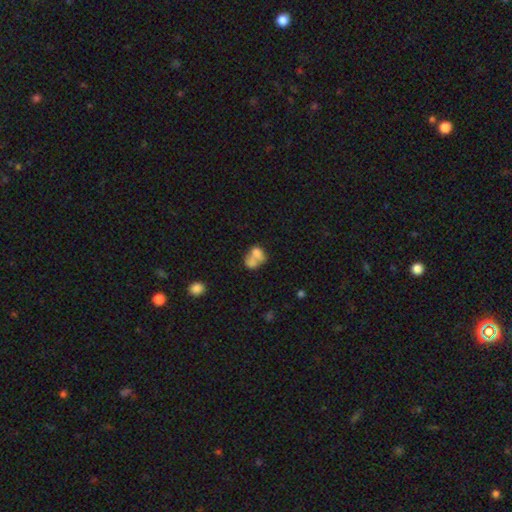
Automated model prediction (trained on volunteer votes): Smooth or featured: smooth — 66% (featured or disk — 24%)
How rounded: in between — 66% (round — 32%)
Merging: merger — 67% (none — 18%)